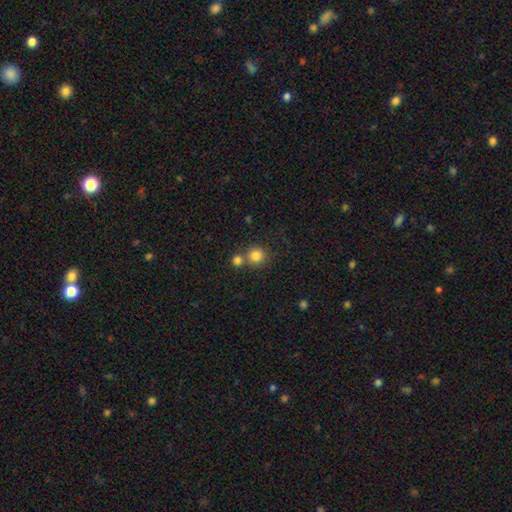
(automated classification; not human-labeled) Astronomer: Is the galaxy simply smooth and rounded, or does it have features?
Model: smooth — 82%.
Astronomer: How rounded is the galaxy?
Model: round — 92%.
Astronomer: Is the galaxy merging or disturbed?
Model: none — 62%.